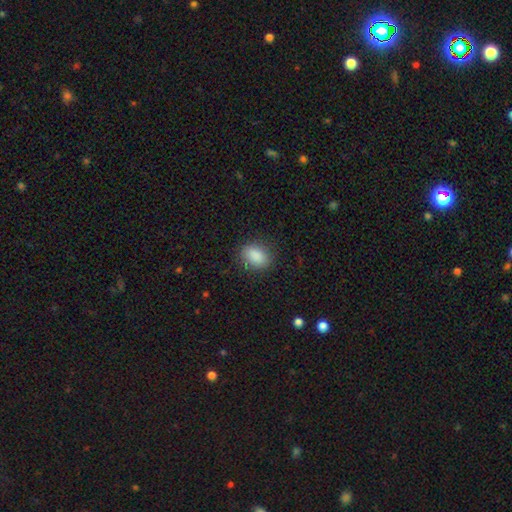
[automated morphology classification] Q: Smooth or featured?
A: smooth (87%); runner-up: star or artifact (8%)
Q: How rounded?
A: in between (72%); runner-up: round (26%)
Q: Merging?
A: none (82%); runner-up: minor disturbance (13%)